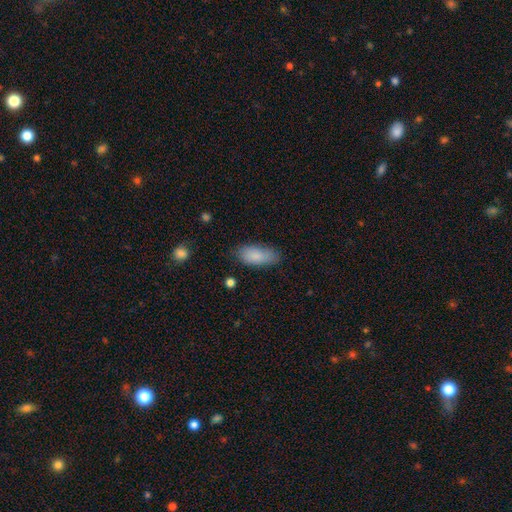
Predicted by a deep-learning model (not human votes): smooth-or-featured: smooth: 86% | featured or disk: 8% | star or artifact: 6%
  how-rounded: in between: 87% | cigar-shaped: 11% | round: 2%
  merging: none: 78% | minor disturbance: 17% | major disturbance: 4% | merger: 1%